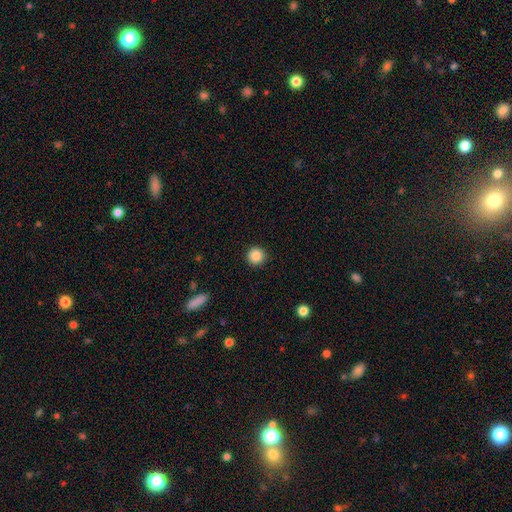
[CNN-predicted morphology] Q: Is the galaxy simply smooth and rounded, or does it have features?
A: smooth — 88%.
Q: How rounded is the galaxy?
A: round — 95%.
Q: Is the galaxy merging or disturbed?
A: none — 92%.